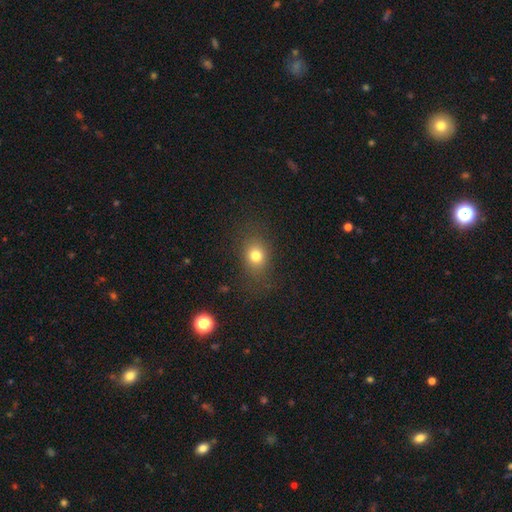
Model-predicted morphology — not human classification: This is likely a smooth galaxy (76%). How rounded: possibly round (52%). Merging: likely none (78%).